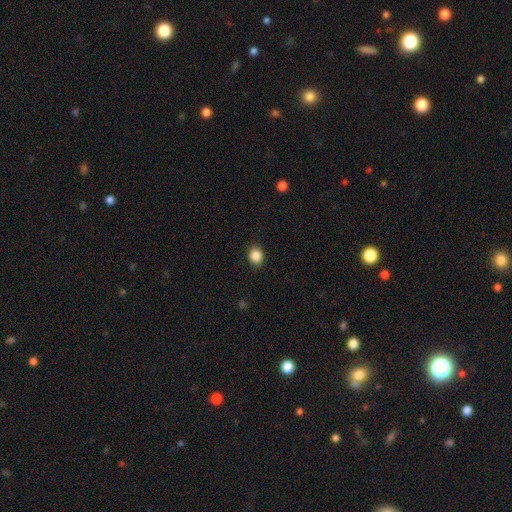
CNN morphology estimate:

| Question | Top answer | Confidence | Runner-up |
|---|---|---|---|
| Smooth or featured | smooth | 87% | star or artifact (9%) |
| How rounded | round | 56% | in between (43%) |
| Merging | none | 90% | minor disturbance (7%) |